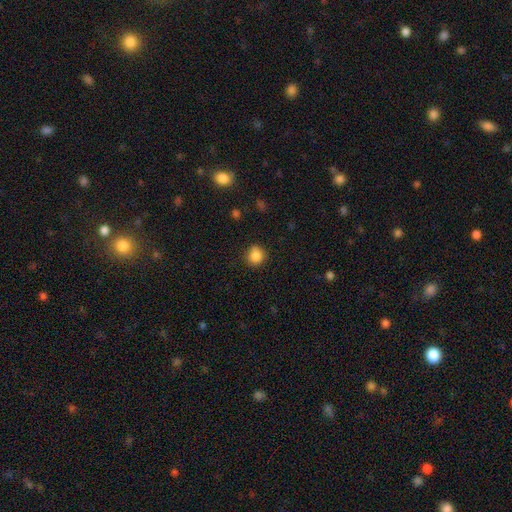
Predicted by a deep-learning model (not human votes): Smooth or featured? smooth (86%)
How rounded? round (80%)
Merging? none (78%)